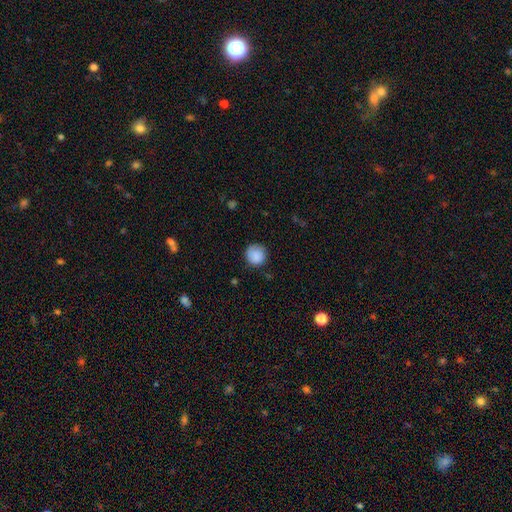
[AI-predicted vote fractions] Smooth or featured: smooth — 87% (star or artifact — 7%)
How rounded: round — 92% (in between — 7%)
Merging: none — 81% (minor disturbance — 15%)